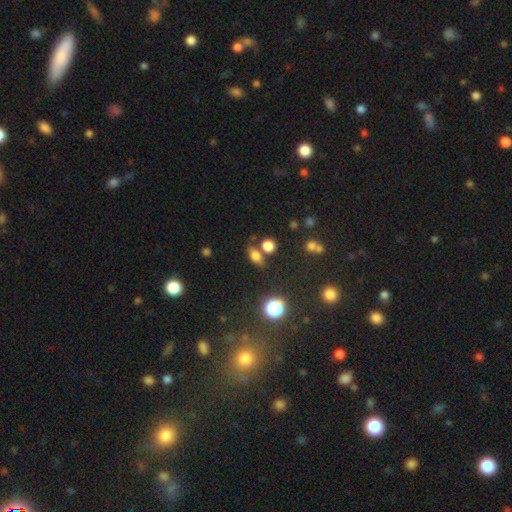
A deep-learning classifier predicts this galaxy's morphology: Smooth or featured? smooth (73%)
How rounded? in between (69%)
Merging? none (67%)